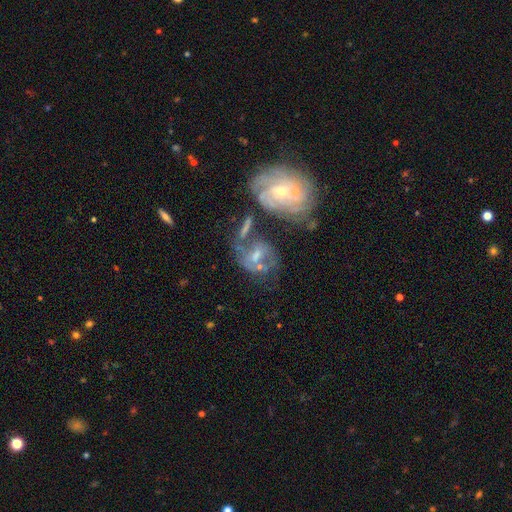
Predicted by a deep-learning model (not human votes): featured or disk 72%, smooth 16%, star or artifact 11%. Down the decision tree: edge-on disk — no (96%); bar — no (51%); spiral arms — yes (79%); spiral arm count — can't tell (46%); spiral winding — tight (47%); bulge size — small (49%); merging — none (35%).